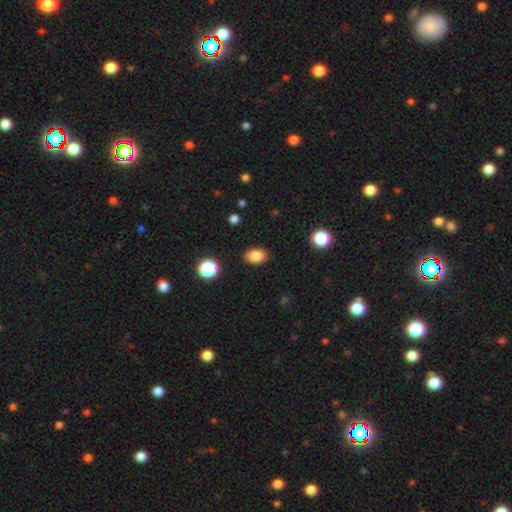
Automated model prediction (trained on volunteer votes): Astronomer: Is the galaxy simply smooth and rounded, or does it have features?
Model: smooth — 85%.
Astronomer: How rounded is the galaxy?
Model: in between — 85%.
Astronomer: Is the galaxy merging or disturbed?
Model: none — 88%.